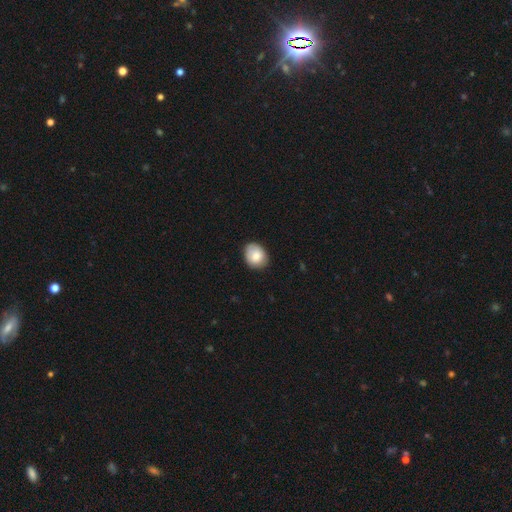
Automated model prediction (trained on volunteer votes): smooth-or-featured: smooth: 81% | featured or disk: 11% | star or artifact: 7%
  how-rounded: round: 54% | in between: 45% | cigar-shaped: 1%
  merging: none: 78% | minor disturbance: 18% | major disturbance: 3% | merger: 1%